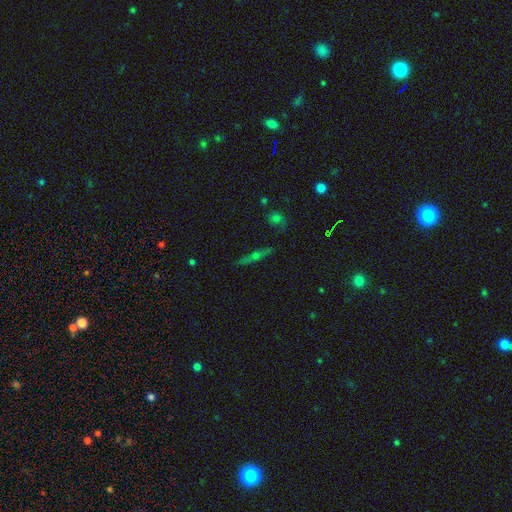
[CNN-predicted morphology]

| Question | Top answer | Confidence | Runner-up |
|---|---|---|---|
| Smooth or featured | featured or disk | 59% | smooth (25%) |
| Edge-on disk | yes | 92% | no (8%) |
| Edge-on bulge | rounded | 83% | none (12%) |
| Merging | none | 84% | minor disturbance (11%) |